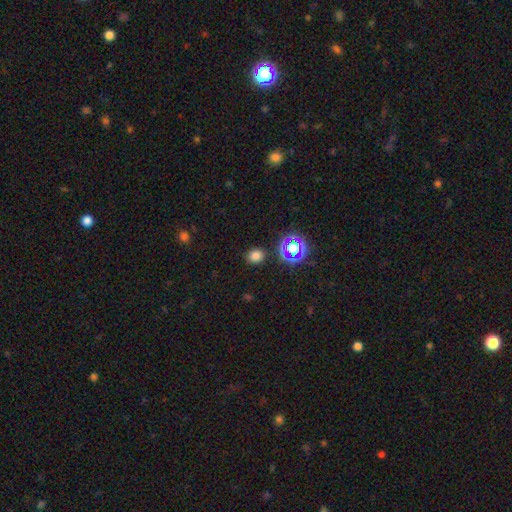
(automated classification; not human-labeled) Smooth or featured? Predicted: smooth (p=0.73). How rounded? Predicted: round (p=0.65). Merging? Predicted: none (p=0.87).